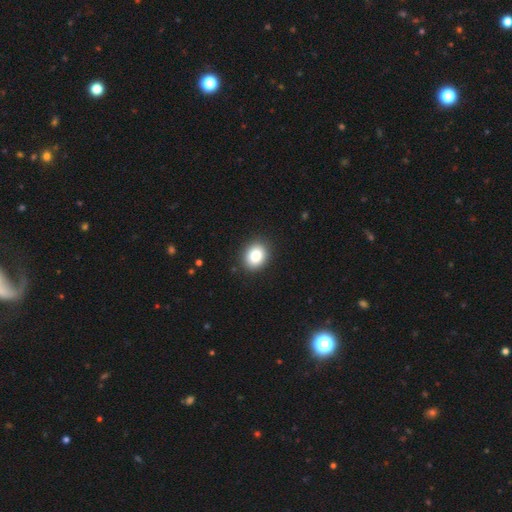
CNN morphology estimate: smooth_or_featured: smooth (p=0.84) [alt: star or artifact p=0.09]
how_rounded: round (p=0.54) [alt: in between p=0.45]
merging: none (p=0.90) [alt: minor disturbance p=0.07]